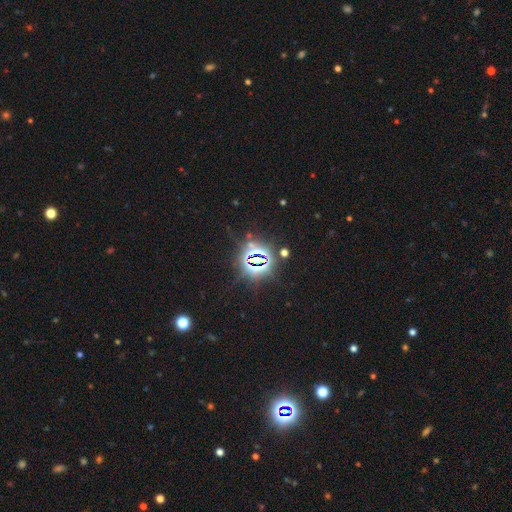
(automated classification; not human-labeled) This is clearly a star or artifact rather than a galaxy (83%).